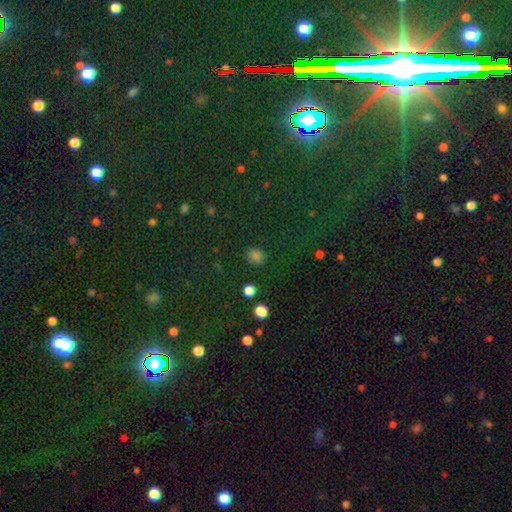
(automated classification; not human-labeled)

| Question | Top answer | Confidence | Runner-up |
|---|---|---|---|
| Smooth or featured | smooth | 76% | star or artifact (20%) |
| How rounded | round | 66% | in between (33%) |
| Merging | none | 84% | minor disturbance (11%) |